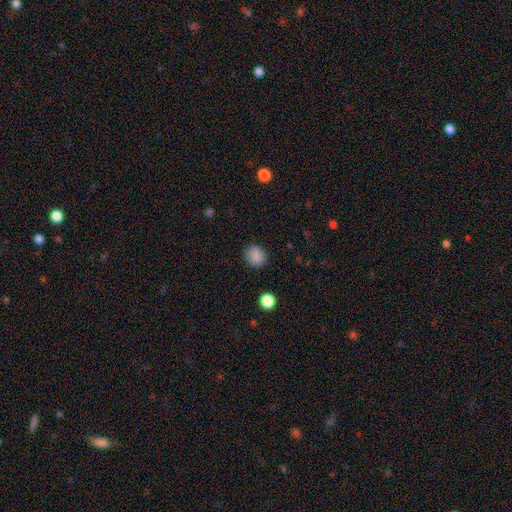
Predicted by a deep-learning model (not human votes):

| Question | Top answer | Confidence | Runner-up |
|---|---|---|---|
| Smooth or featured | smooth | 86% | star or artifact (9%) |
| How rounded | round | 78% | in between (21%) |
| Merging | none | 88% | minor disturbance (8%) |